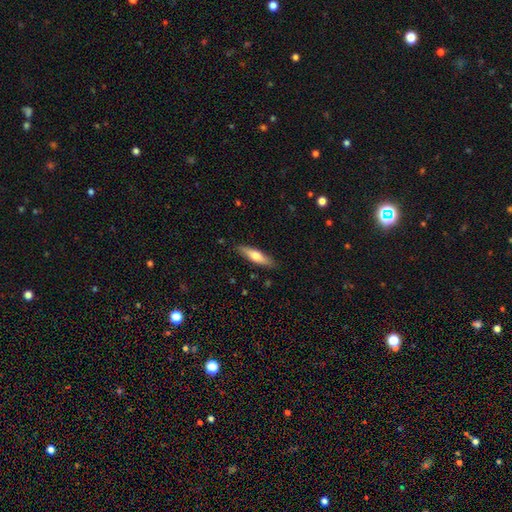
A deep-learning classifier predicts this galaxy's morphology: This is likely a smooth galaxy (61%). How rounded: likely cigar-shaped (69%). Merging: clearly none (87%).